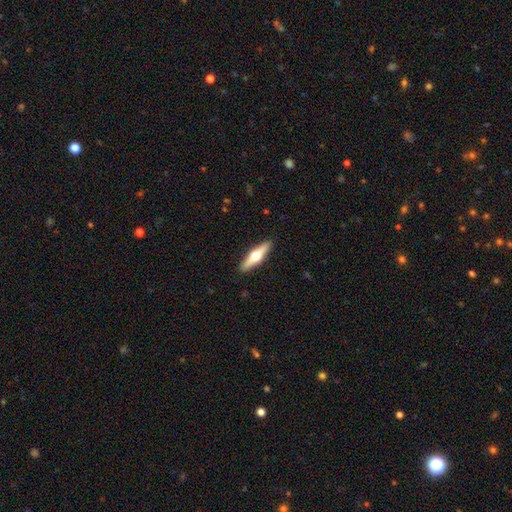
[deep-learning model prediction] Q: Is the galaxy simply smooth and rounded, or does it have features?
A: featured or disk — 58%.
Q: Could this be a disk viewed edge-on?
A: yes — 95%.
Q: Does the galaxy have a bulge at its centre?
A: rounded — 96%.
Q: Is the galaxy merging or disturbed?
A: none — 91%.